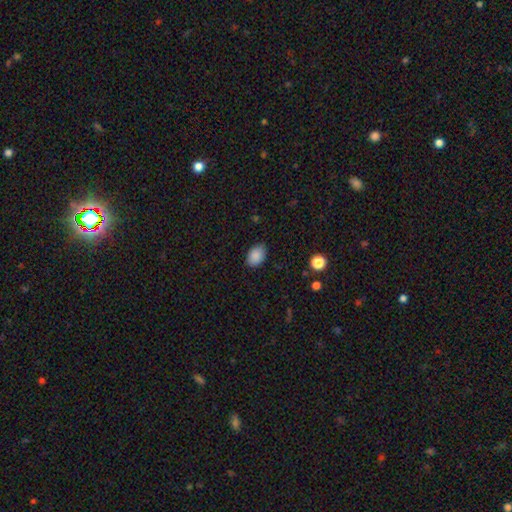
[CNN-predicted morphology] Q: Smooth or featured?
A: smooth (88%); runner-up: star or artifact (8%)
Q: How rounded?
A: in between (84%); runner-up: round (15%)
Q: Merging?
A: none (82%); runner-up: minor disturbance (14%)